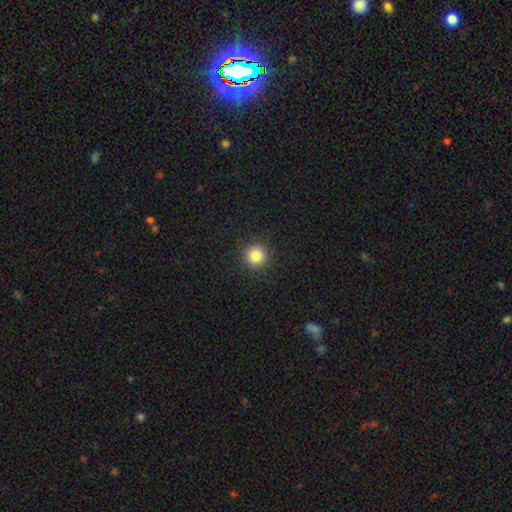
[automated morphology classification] A smooth galaxy with no disk features (84%) that is round (95%).

Vote fractions:
- Smooth or featured? smooth: 84% / star or artifact: 11% / featured or disk: 5%
- How rounded? round: 95% / in between: 4% / cigar-shaped: 1%
- Merging? none: 92% / minor disturbance: 5% / major disturbance: 2% / merger: 1%